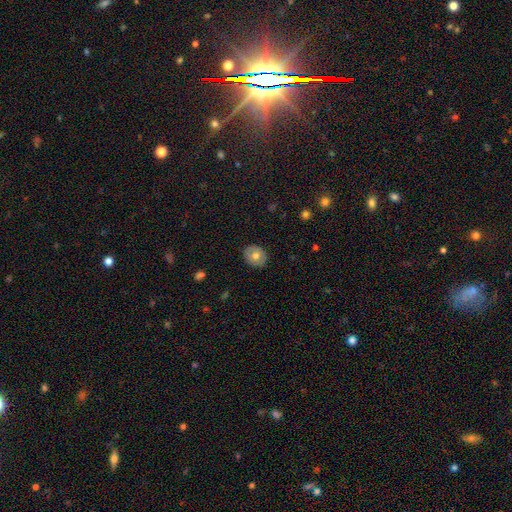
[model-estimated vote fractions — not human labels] smooth 66%, featured or disk 27%, star or artifact 7%. Down the decision tree: how rounded — round (65%); merging — none (87%).